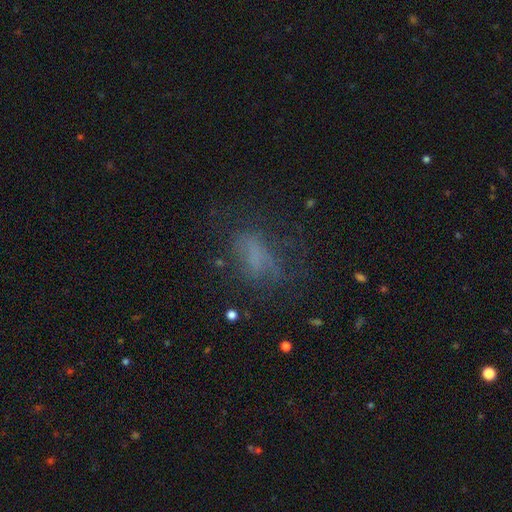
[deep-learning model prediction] This appears to be a smooth galaxy with no disk features (49%). Merging: none (51%).